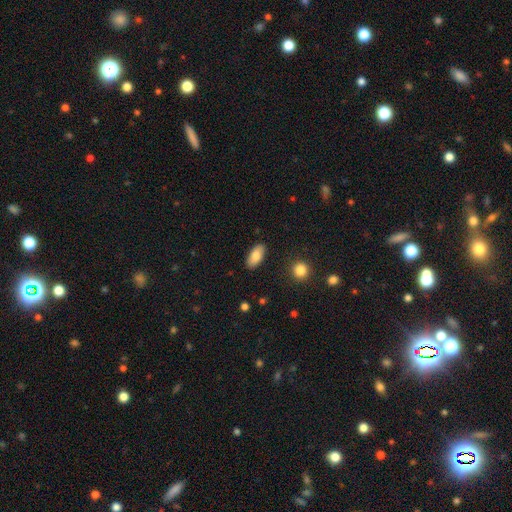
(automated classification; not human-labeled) Smooth or featured?
  - smooth: 82% *
  - featured or disk: 11%
  - star or artifact: 7%
How rounded?
  - in between: 89% *
  - cigar-shaped: 9%
  - round: 3%
Merging?
  - none: 87% *
  - minor disturbance: 9%
  - major disturbance: 2%
  - merger: 2%